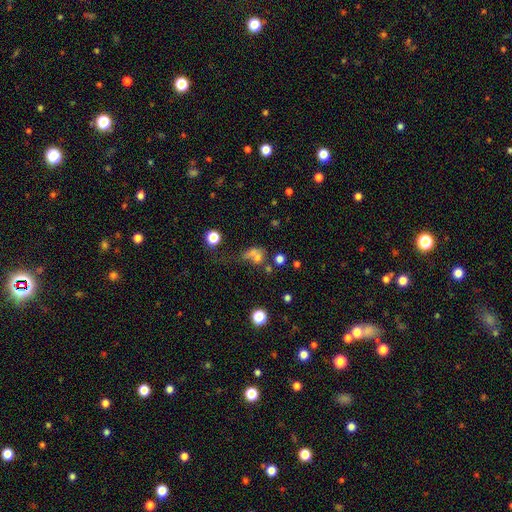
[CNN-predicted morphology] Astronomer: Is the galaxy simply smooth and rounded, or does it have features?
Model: smooth — 60%.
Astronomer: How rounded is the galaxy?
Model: round — 51% (runner-up: in between, 45%).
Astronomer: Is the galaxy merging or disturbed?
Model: merger — 40% (runner-up: none, 27%).